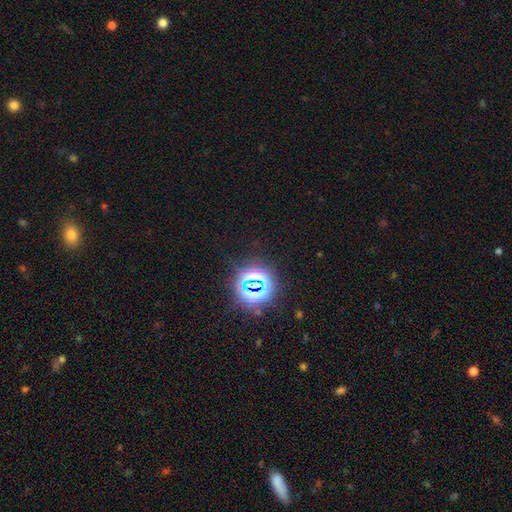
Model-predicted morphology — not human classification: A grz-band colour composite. It shows a star or artifact, not a galaxy (82%).